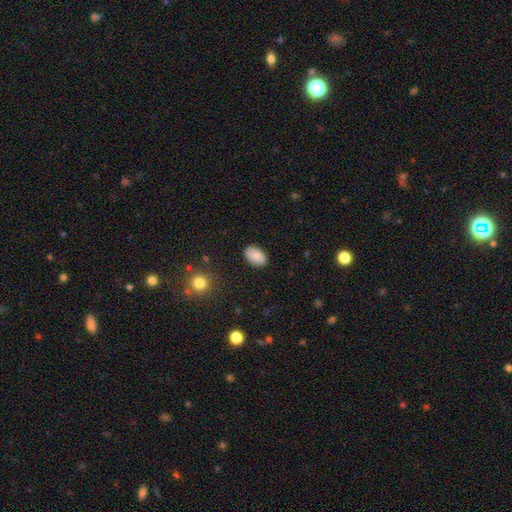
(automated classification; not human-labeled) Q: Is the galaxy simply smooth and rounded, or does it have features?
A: smooth — 84%.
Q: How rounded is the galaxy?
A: in between — 92%.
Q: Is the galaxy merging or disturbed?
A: none — 86%.